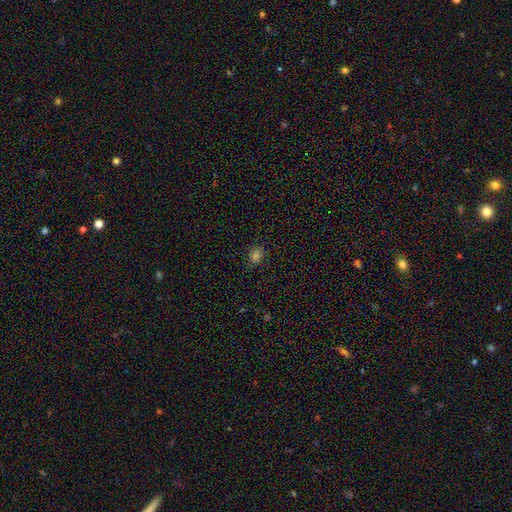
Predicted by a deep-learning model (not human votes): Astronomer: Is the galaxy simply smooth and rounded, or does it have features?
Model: smooth — 77%.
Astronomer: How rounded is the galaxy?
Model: round — 53% (runner-up: in between, 45%).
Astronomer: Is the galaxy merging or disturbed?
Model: none — 84%.